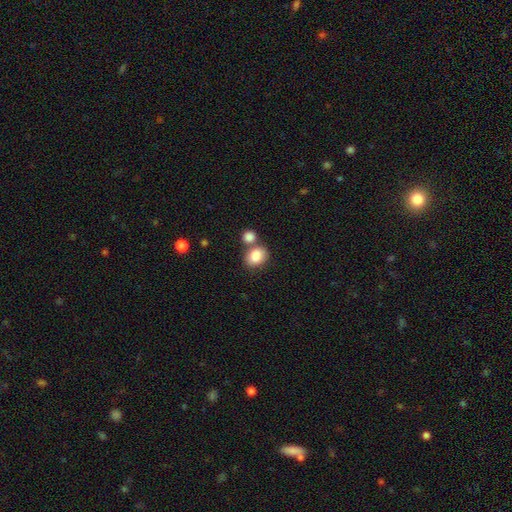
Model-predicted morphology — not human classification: Overall: smooth (85%). How rounded: in between (52%; round 47%). Merging: none (52%; merger 33%).